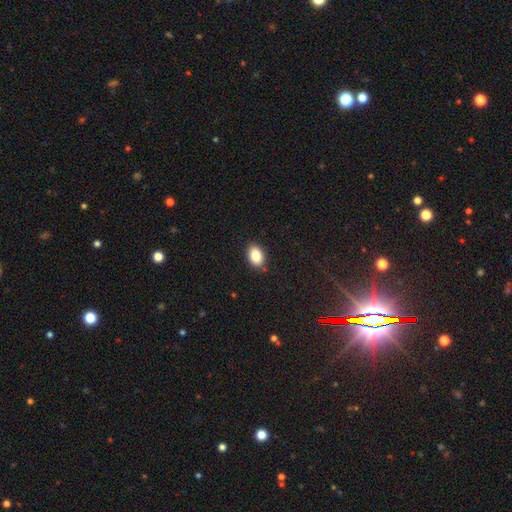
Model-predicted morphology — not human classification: Overall: smooth (84%). How rounded: in between (81%). Merging: none (87%).